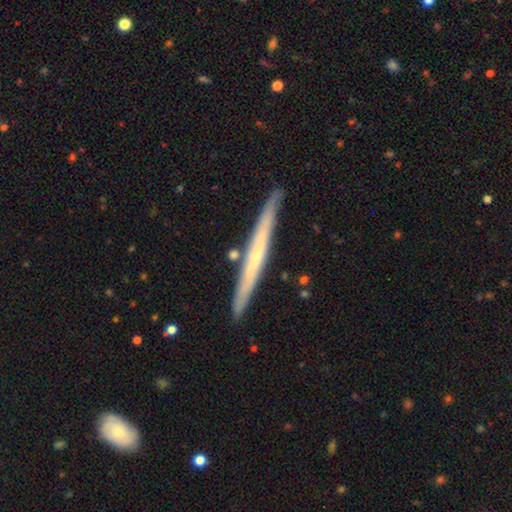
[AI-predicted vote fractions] featured or disk 58%, smooth 37%, star or artifact 6%. Down the decision tree: edge-on disk — yes (96%); edge-on bulge — none (76%); merging — none (88%).